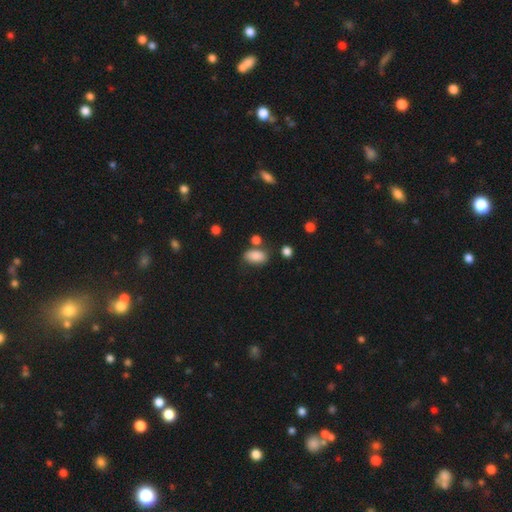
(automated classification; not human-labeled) smooth-or-featured: smooth: 86% | star or artifact: 9% | featured or disk: 5%
  how-rounded: in between: 91% | round: 7% | cigar-shaped: 2%
  merging: none: 68% | minor disturbance: 17% | merger: 10% | major disturbance: 5%